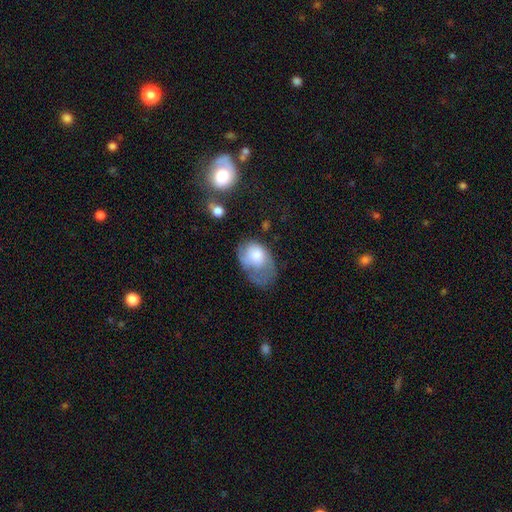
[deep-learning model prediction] The model was most divided on "merging": major disturbance: 43%, minor disturbance: 31%, none: 21%, merger: 4%. More confident: how rounded — in between (80%); smooth or featured — smooth (65%).